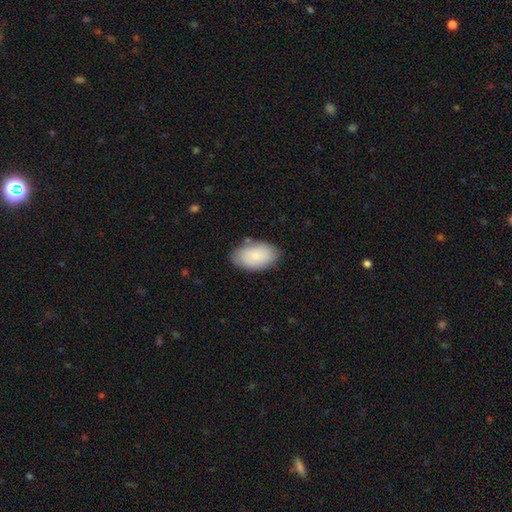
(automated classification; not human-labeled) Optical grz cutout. It shows a smooth galaxy with no disk features (81%) that is in between round and cigar-shaped (94%). Merging: none (79%).